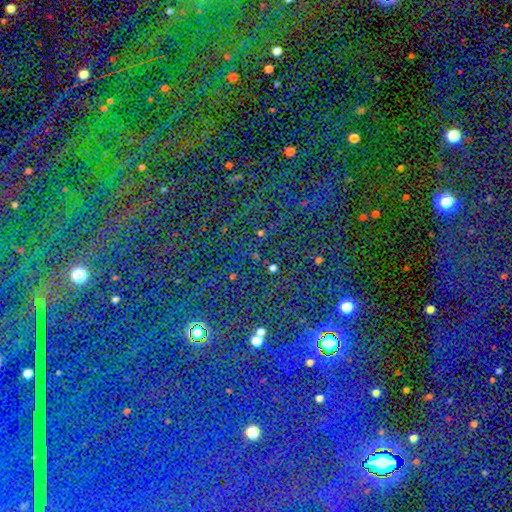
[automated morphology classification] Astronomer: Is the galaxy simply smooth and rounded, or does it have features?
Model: star or artifact — 81%.